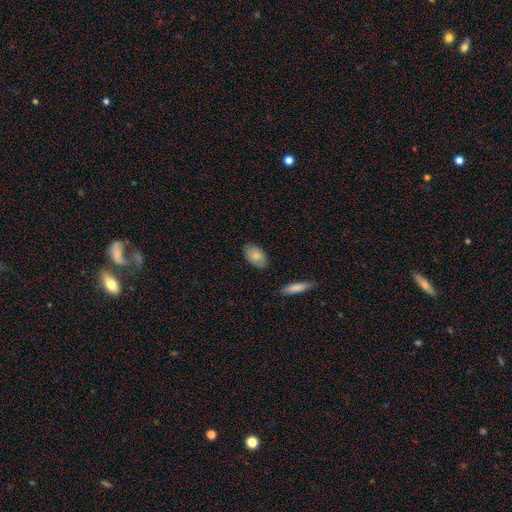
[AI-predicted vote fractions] A smooth galaxy with no disk features (82%) that is in between round and cigar-shaped (92%).

Vote fractions:
- Smooth or featured? smooth: 82% / featured or disk: 12% / star or artifact: 6%
- How rounded? in between: 92% / round: 6% / cigar-shaped: 2%
- Merging? none: 84% / minor disturbance: 12% / major disturbance: 2% / merger: 2%